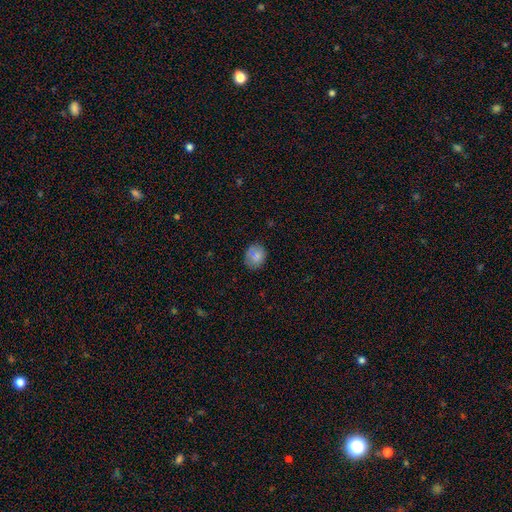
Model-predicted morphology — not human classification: A smooth galaxy with no disk features (78%) that is round (62%).

Vote fractions:
- Smooth or featured? smooth: 78% / featured or disk: 12% / star or artifact: 10%
- How rounded? round: 62% / in between: 37% / cigar-shaped: 1%
- Merging? none: 78% / minor disturbance: 16% / major disturbance: 4% / merger: 3%